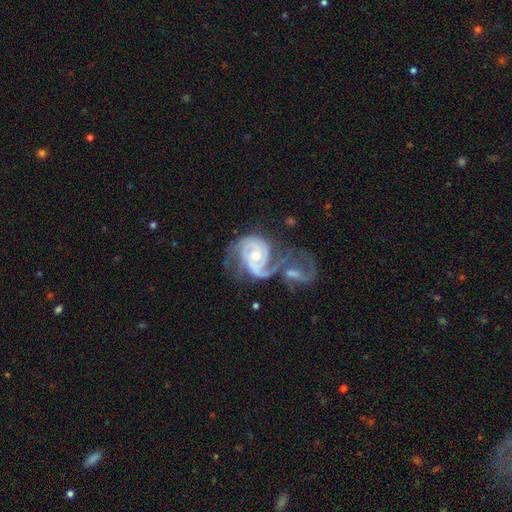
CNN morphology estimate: Smooth or featured? featured or disk (89%)
Edge-on disk? no (98%)
Bar? no (60%)
Spiral arms? yes (96%)
Spiral winding? tight (48%)
Spiral arm count? 2 (64%)
Bulge size? moderate (57%)
Merging? merger (44%)